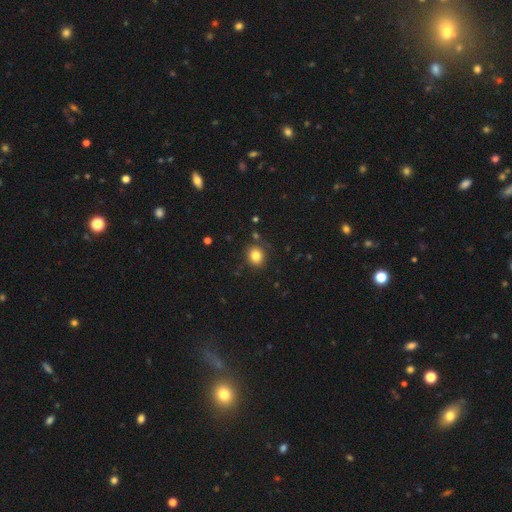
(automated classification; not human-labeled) smooth-or-featured: smooth: 83% | star or artifact: 11% | featured or disk: 6%
  how-rounded: round: 73% | in between: 26% | cigar-shaped: 1%
  merging: none: 85% | minor disturbance: 10% | major disturbance: 3% | merger: 3%